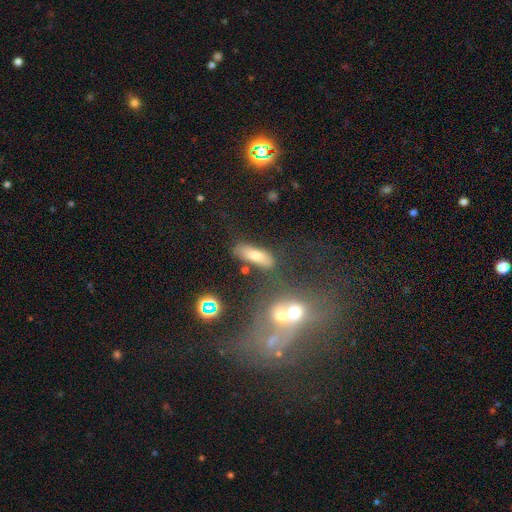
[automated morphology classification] The model was most divided on "how rounded": in between: 52%, cigar-shaped: 43%, round: 5%. More confident: smooth or featured — smooth (67%); merging — none (66%).